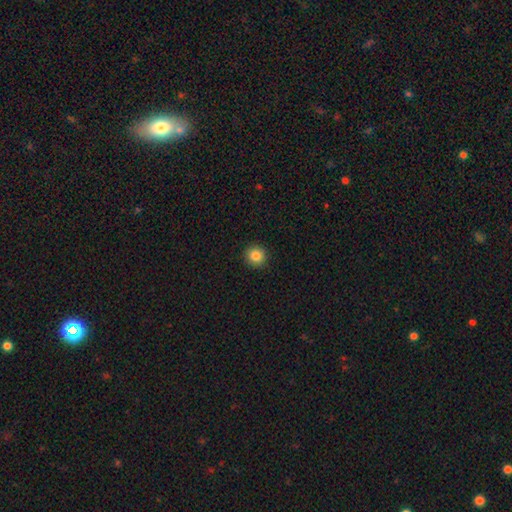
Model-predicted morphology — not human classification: Smooth or featured: smooth — 85% (star or artifact — 11%)
How rounded: round — 92% (in between — 7%)
Merging: none — 93% (minor disturbance — 5%)